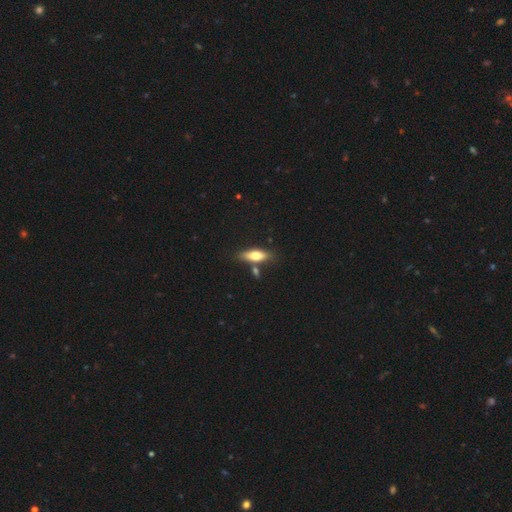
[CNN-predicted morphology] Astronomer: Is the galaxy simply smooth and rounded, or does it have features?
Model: smooth — 64%.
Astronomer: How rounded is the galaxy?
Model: in between — 59% (runner-up: cigar-shaped, 38%).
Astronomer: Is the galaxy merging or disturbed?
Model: none — 72%.